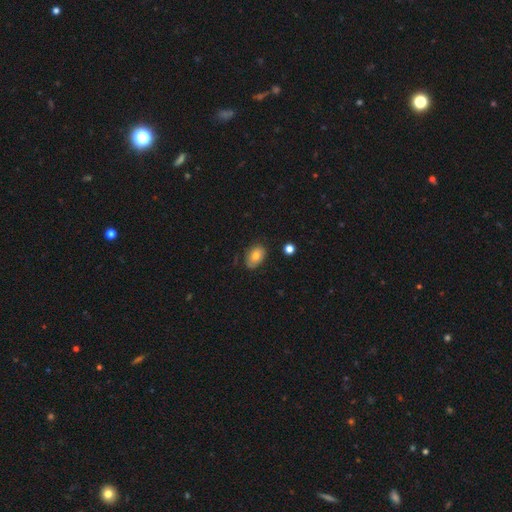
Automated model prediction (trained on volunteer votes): Smooth or featured: smooth — 76% (featured or disk — 15%)
How rounded: in between — 85% (round — 13%)
Merging: none — 75% (minor disturbance — 20%)